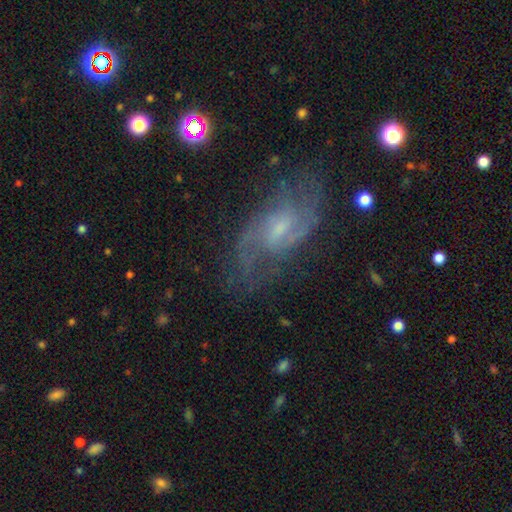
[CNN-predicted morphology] smooth_or_featured: featured or disk (p=0.76) [alt: star or artifact p=0.12]
disk_edge_on: no (p=0.94) [alt: yes p=0.06]
bar: weak (p=0.49) [alt: no p=0.43]
has_spiral_arms: yes (p=0.95) [alt: no p=0.05]
spiral_winding: medium (p=0.49) [alt: tight p=0.27]
spiral_arm_count: 2 (p=0.69) [alt: can't tell p=0.17]
bulge_size: small (p=0.58) [alt: moderate p=0.29]
merging: none (p=0.76) [alt: minor disturbance p=0.15]